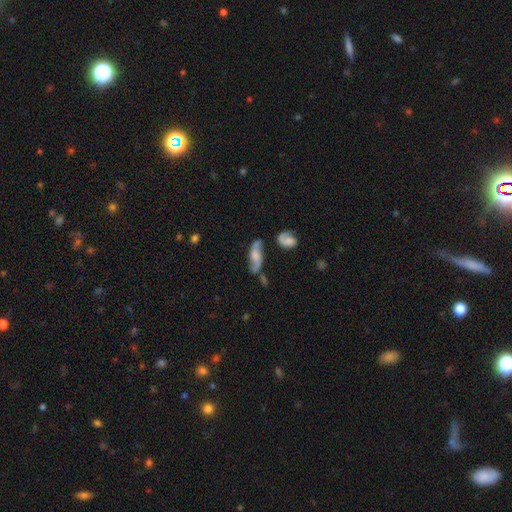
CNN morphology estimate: Overall: featured or disk (66%; smooth 27%). Edge-on disk: no (85%). Bar: no (55%; weak 35%). Spiral arms: yes (91%). Spiral arm count: 2 (89%). Spiral winding: loose (64%; medium 27%). Bulge size: moderate (35%; small 23%). Merging: none (60%; minor disturbance 20%).